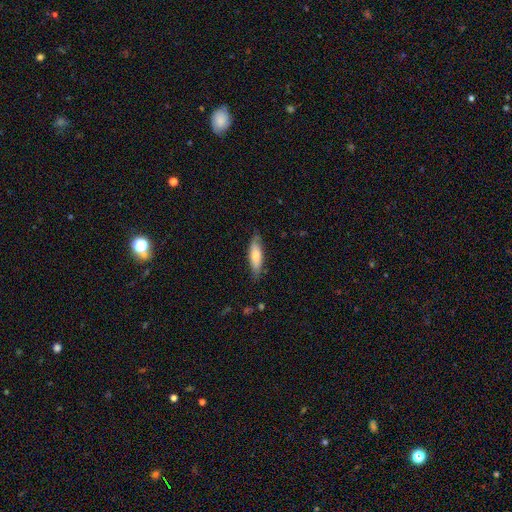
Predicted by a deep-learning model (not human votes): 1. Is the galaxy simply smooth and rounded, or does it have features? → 67% smooth, 27% featured or disk, 6% star or artifact.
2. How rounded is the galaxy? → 56% cigar-shaped, 43% in between, 2% round.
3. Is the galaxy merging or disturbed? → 79% none, 17% minor disturbance, 3% major disturbance, 1% merger.